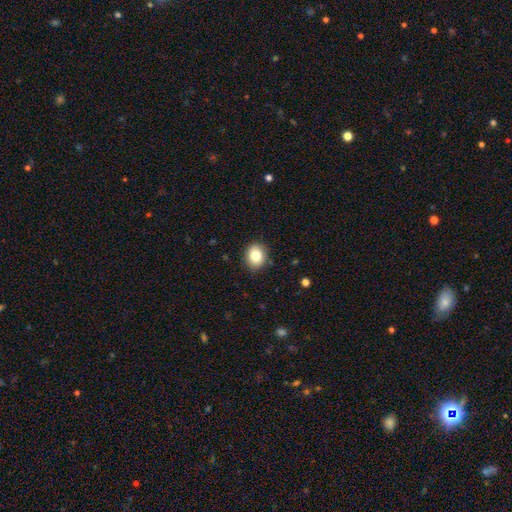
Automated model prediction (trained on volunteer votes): This appears to be a smooth galaxy with no disk features (81%) that is round (58%). Merging: none (88%).